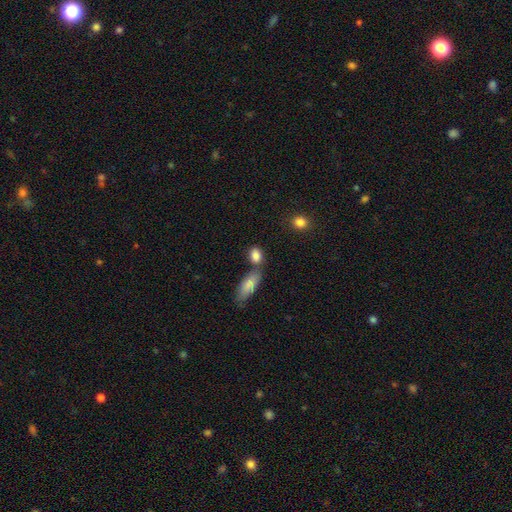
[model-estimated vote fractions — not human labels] A smooth galaxy with no disk features (85%) that is in between round and cigar-shaped (77%).

Vote fractions:
- Smooth or featured? smooth: 85% / star or artifact: 8% / featured or disk: 7%
- How rounded? in between: 77% / round: 18% / cigar-shaped: 5%
- Merging? none: 56% / merger: 27% / minor disturbance: 13% / major disturbance: 4%